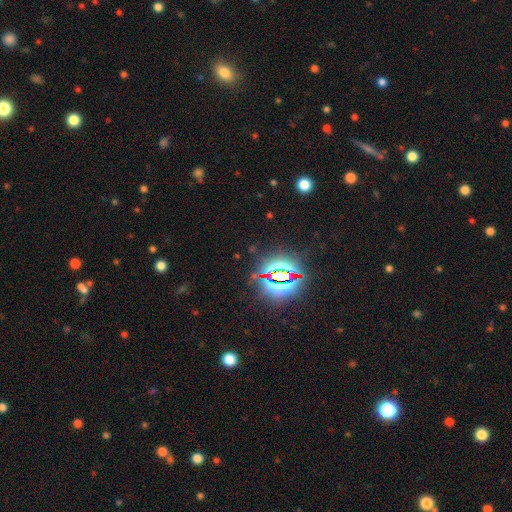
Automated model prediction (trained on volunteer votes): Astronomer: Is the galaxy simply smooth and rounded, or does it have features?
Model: star or artifact — 82%.